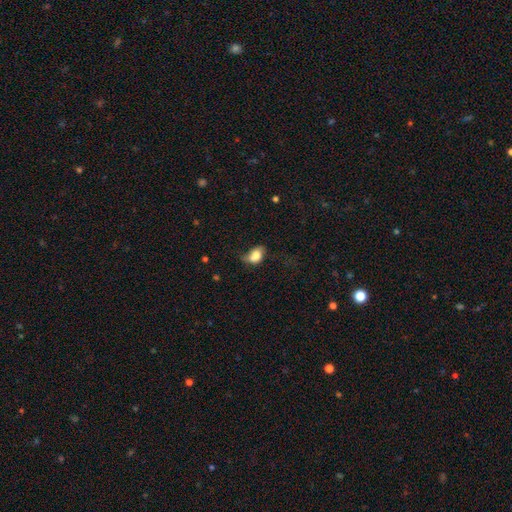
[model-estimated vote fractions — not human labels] A smooth galaxy with no disk features (75%) that is in between round and cigar-shaped (79%).

Vote fractions:
- Smooth or featured? smooth: 75% / featured or disk: 16% / star or artifact: 9%
- How rounded? in between: 79% / round: 20% / cigar-shaped: 2%
- Merging? minor disturbance: 36% / none: 35% / major disturbance: 21% / merger: 8%